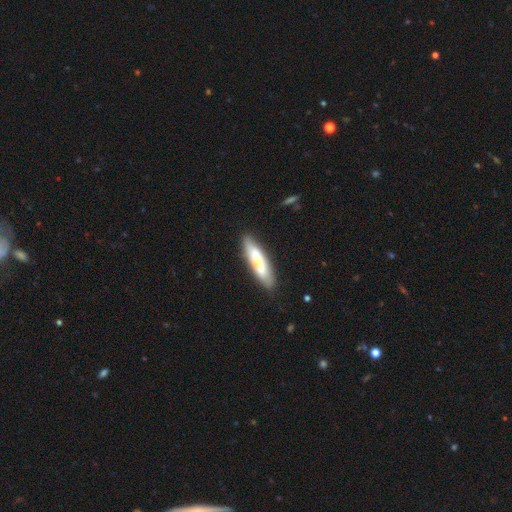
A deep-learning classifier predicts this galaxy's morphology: Smooth or featured?
  - smooth: 62% *
  - featured or disk: 32%
  - star or artifact: 6%
How rounded?
  - cigar-shaped: 75% *
  - in between: 23%
  - round: 2%
Merging?
  - none: 71% *
  - minor disturbance: 18%
  - merger: 6%
  - major disturbance: 5%